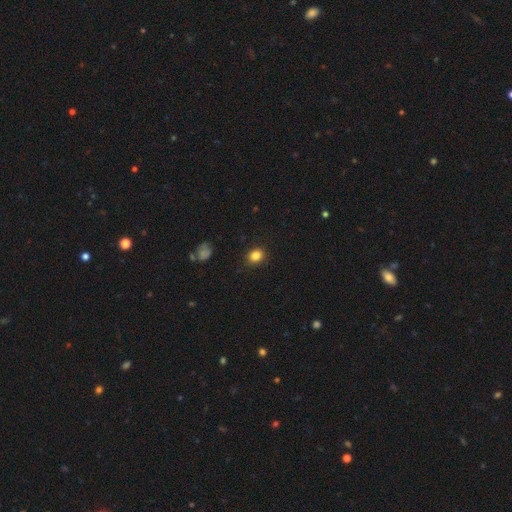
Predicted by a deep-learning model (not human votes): Smooth or featured?
  - smooth: 84% *
  - star or artifact: 11%
  - featured or disk: 5%
How rounded?
  - round: 67% *
  - in between: 32%
  - cigar-shaped: 1%
Merging?
  - none: 86% *
  - minor disturbance: 11%
  - major disturbance: 2%
  - merger: 1%